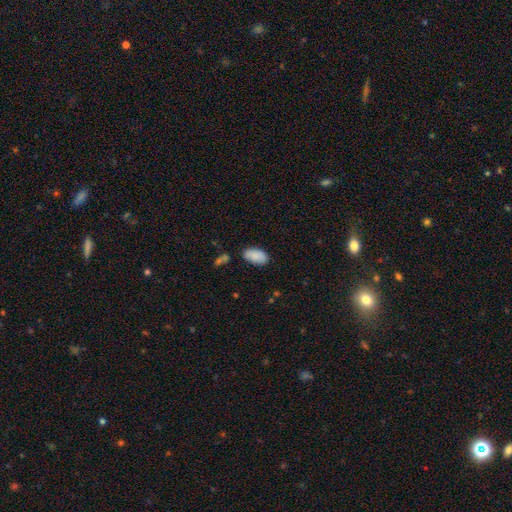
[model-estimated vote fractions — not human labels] Morphology: type=smooth (88%); roundness=in between (95%); merging=none (76%).